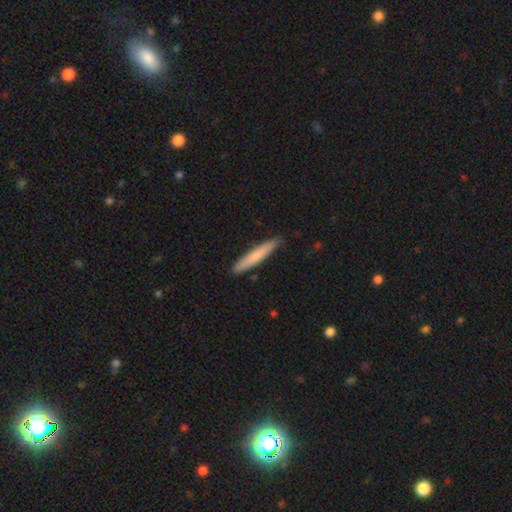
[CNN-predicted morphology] smooth_or_featured: smooth (p=0.73) [alt: featured or disk p=0.22]
how_rounded: cigar-shaped (p=0.94) [alt: in between p=0.05]
merging: none (p=0.88) [alt: minor disturbance p=0.10]